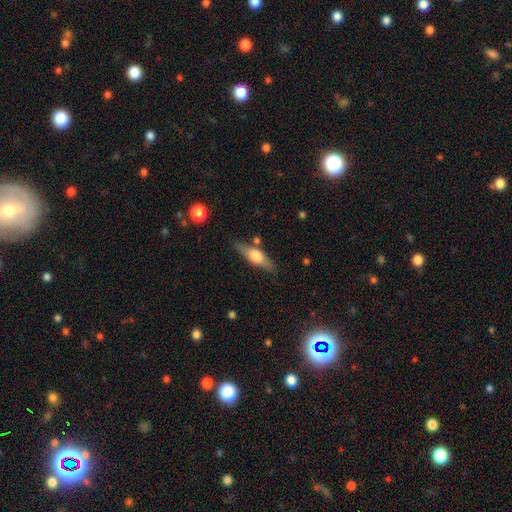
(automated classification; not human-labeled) smooth_or_featured: featured or disk (p=0.48) [alt: smooth p=0.46]
merging: none (p=0.79) [alt: minor disturbance p=0.14]